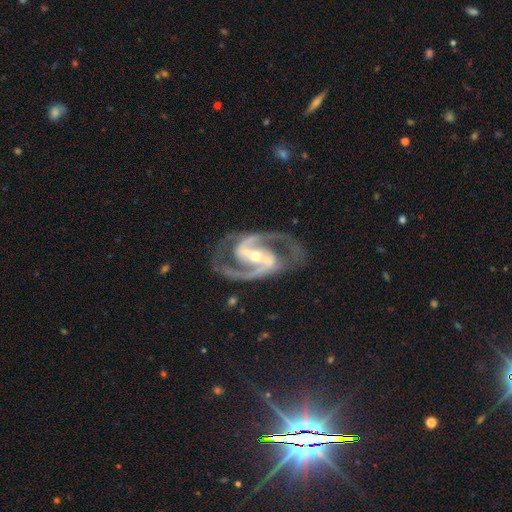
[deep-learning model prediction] Smooth or featured: featured or disk — 94% (star or artifact — 4%)
Edge-on disk: no — 97% (yes — 3%)
Bar: strong — 68% (weak — 23%)
Spiral arms: yes — 98% (no — 2%)
Spiral winding: medium — 66% (tight — 22%)
Spiral arm count: 2 — 94% (3 — 2%)
Bulge size: moderate — 50% (small — 46%)
Merging: none — 81% (minor disturbance — 12%)